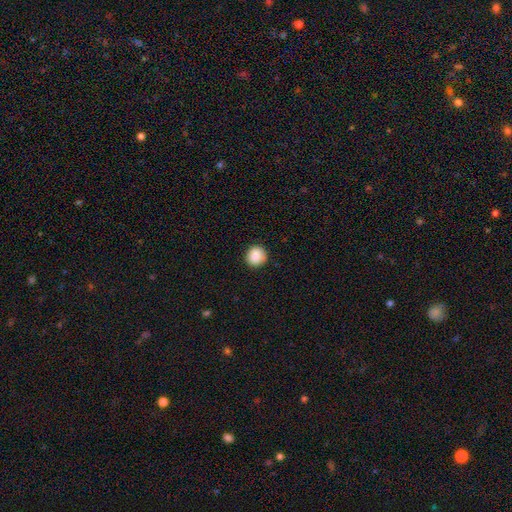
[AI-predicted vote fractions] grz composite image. It shows a smooth galaxy with no disk features (88%) that is round (88%). Merging: none (90%).